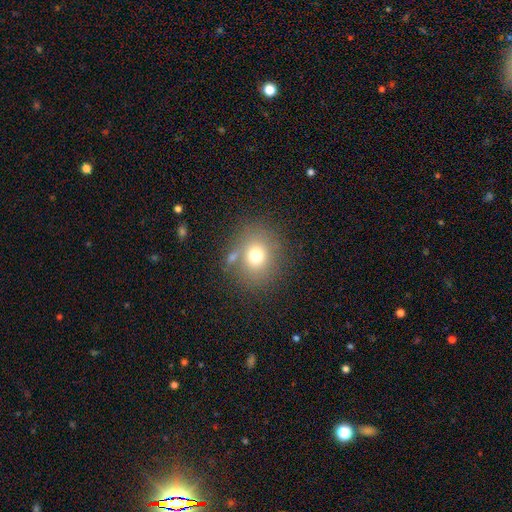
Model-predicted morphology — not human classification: smooth-or-featured: smooth: 72% | star or artifact: 15% | featured or disk: 13%
  how-rounded: round: 70% | in between: 29% | cigar-shaped: 1%
  merging: none: 72% | minor disturbance: 12% | merger: 10% | major disturbance: 6%